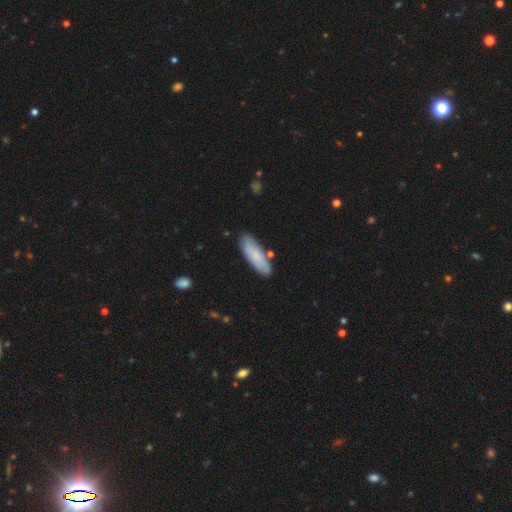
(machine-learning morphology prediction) This appears to be a smooth galaxy with no disk features (79%) that is in between round and cigar-shaped (53%). Merging: none (81%).